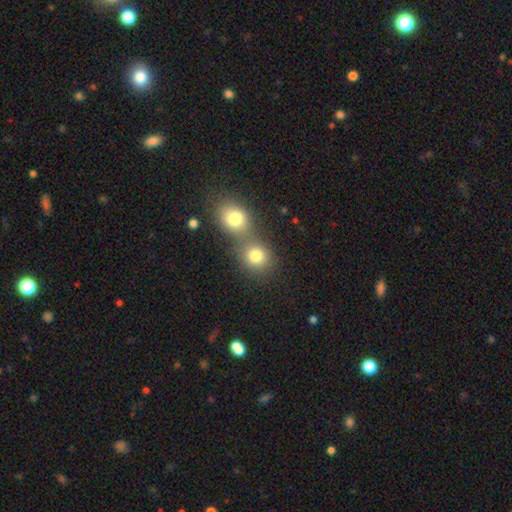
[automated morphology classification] A smooth galaxy with no disk features (79%) that is round (75%).

Vote fractions:
- Smooth or featured? smooth: 79% / star or artifact: 12% / featured or disk: 9%
- How rounded? round: 75% / in between: 24% / cigar-shaped: 1%
- Merging? merger: 53% / none: 38% / minor disturbance: 6% / major disturbance: 3%